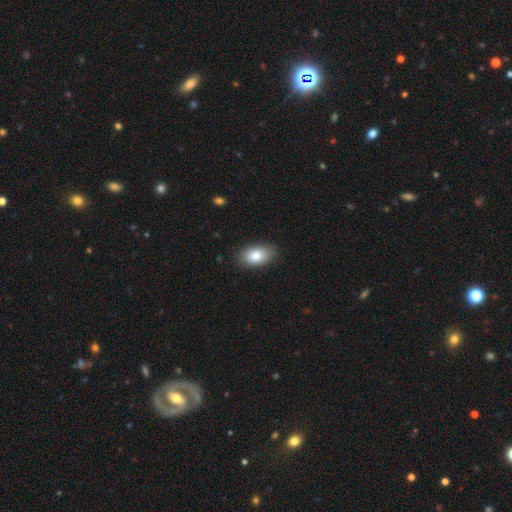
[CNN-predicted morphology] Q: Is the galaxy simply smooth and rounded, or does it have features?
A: smooth — 83%.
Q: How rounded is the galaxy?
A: in between — 91%.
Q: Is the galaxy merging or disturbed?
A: none — 84%.